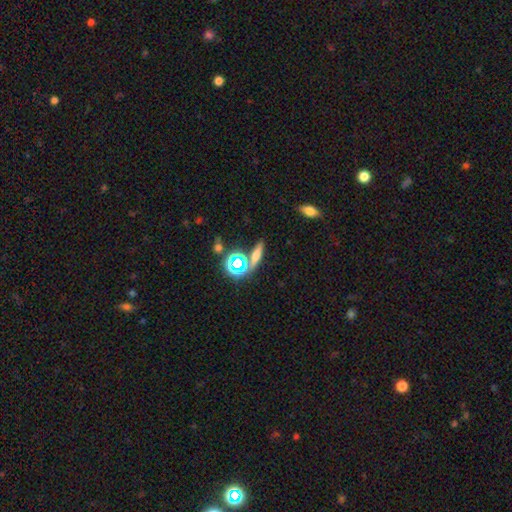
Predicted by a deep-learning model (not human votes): smooth-or-featured: smooth: 48% | featured or disk: 27% | star or artifact: 26%
  merging: none: 76% | minor disturbance: 10% | merger: 10% | major disturbance: 4%